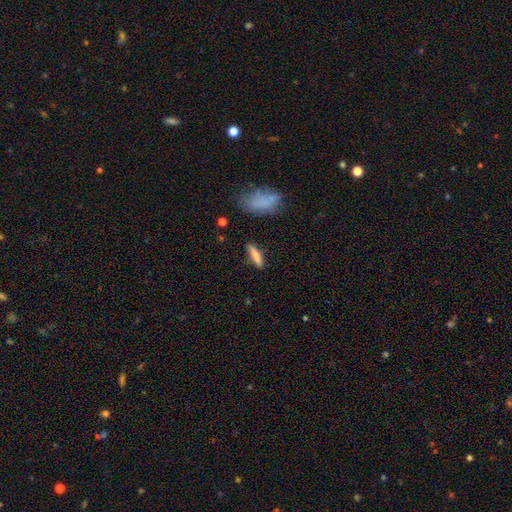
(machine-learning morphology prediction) This appears to be a smooth galaxy with no disk features (79%) that is cigar-shaped (77%). Merging: none (82%).